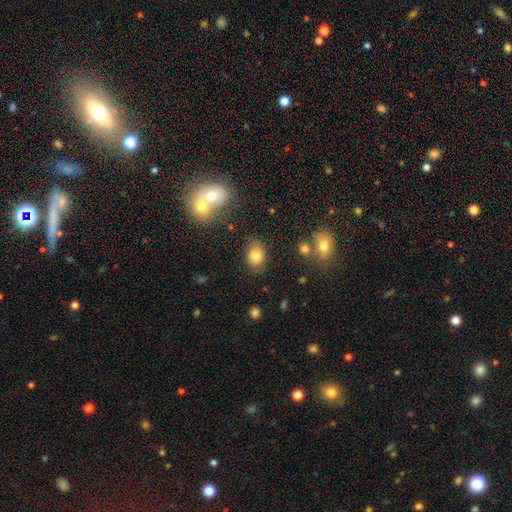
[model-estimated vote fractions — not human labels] Smooth or featured? smooth (79%)
How rounded? in between (74%)
Merging? none (79%)